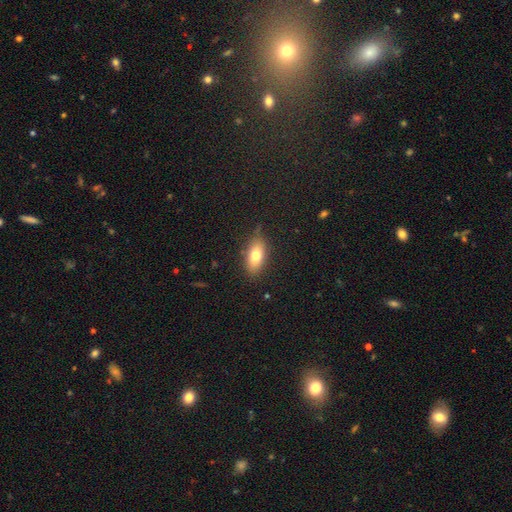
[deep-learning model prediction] Smooth or featured? smooth (75%)
How rounded? in between (84%)
Merging? none (79%)